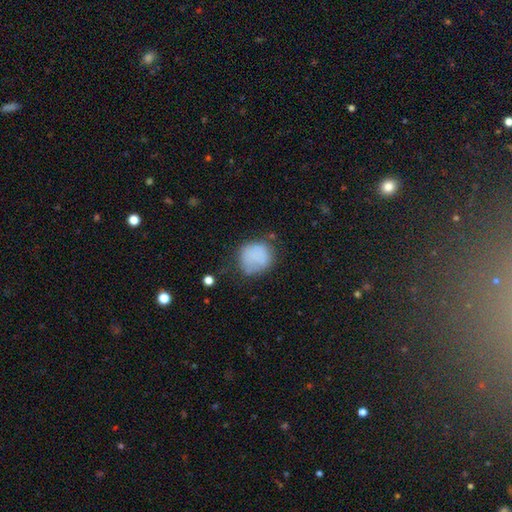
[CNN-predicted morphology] Smooth or featured? smooth (77%)
How rounded? round (82%)
Merging? none (52%)